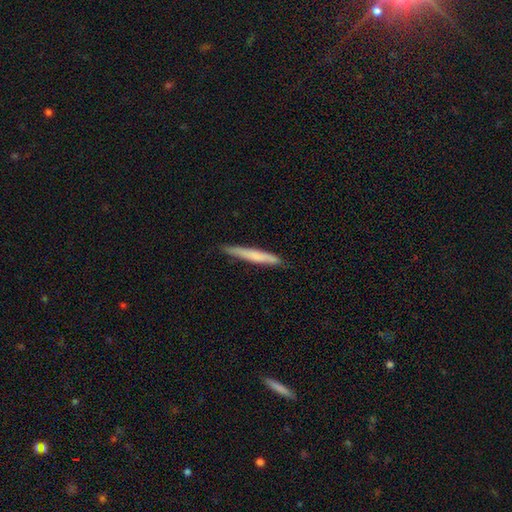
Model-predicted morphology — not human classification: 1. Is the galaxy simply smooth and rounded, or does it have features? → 65% smooth, 29% featured or disk, 6% star or artifact.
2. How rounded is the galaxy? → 96% cigar-shaped, 3% in between, 1% round.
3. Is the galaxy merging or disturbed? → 86% none, 11% minor disturbance, 2% major disturbance, 1% merger.